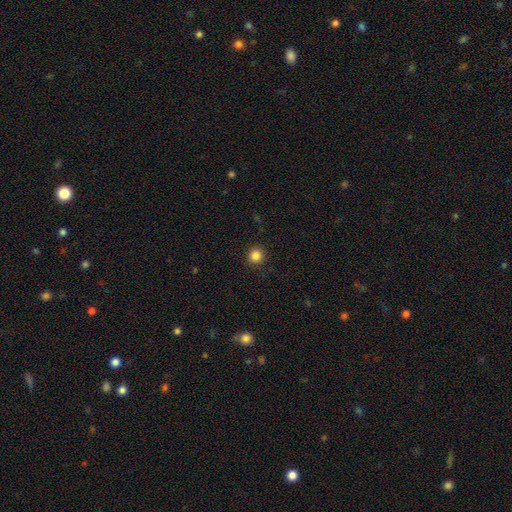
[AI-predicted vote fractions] smooth_or_featured: smooth (p=0.85) [alt: star or artifact p=0.11]
how_rounded: round (p=0.94) [alt: in between p=0.05]
merging: none (p=0.92) [alt: minor disturbance p=0.05]